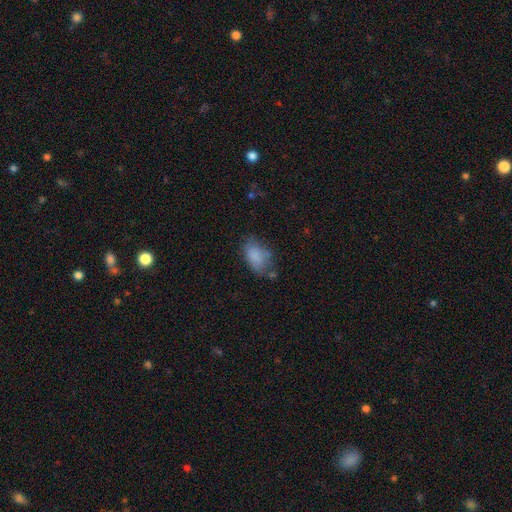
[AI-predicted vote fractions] Overall: smooth (81%). How rounded: in between (91%). Merging: none (54%; minor disturbance 28%).